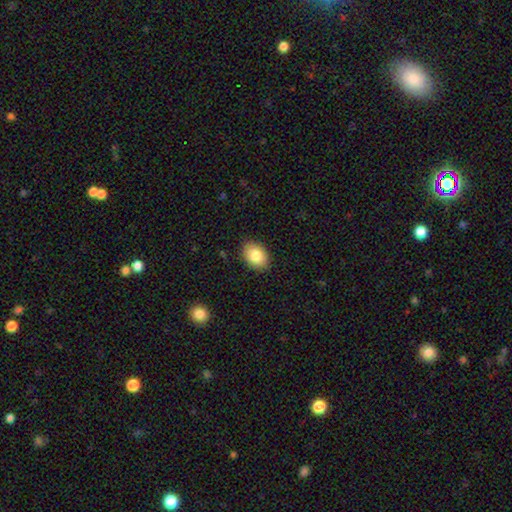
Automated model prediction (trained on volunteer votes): Smooth or featured: smooth — 84% (featured or disk — 9%)
How rounded: in between — 78% (round — 21%)
Merging: none — 87% (minor disturbance — 9%)